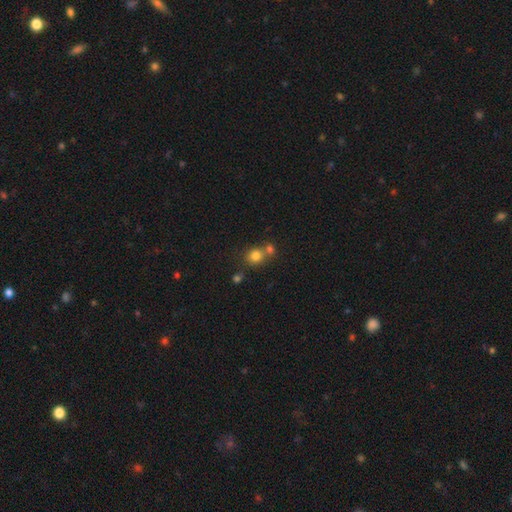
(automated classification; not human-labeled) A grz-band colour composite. It shows a smooth galaxy with no disk features (79%) that is round (80%). Merging: none (55%).